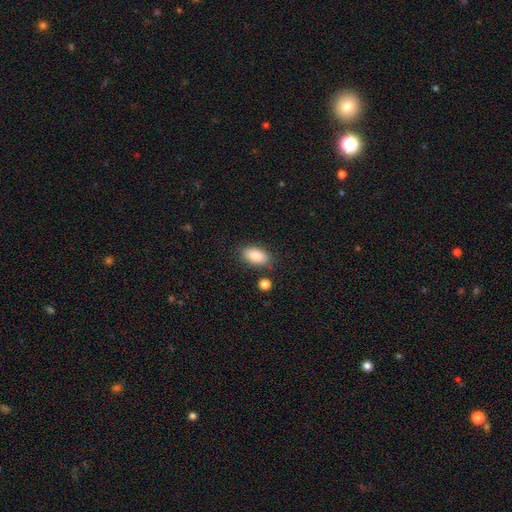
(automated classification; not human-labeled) smooth 88%, star or artifact 7%, featured or disk 6%. Down the decision tree: how rounded — in between (92%); merging — none (80%).